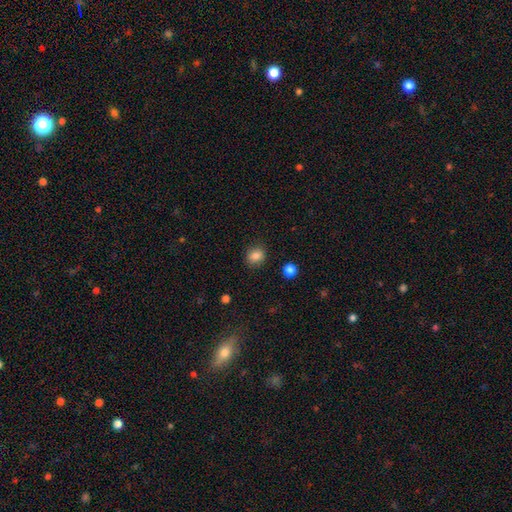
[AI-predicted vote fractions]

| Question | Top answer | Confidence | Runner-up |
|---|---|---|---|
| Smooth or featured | smooth | 84% | star or artifact (11%) |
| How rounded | round | 69% | in between (30%) |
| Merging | none | 87% | minor disturbance (9%) |